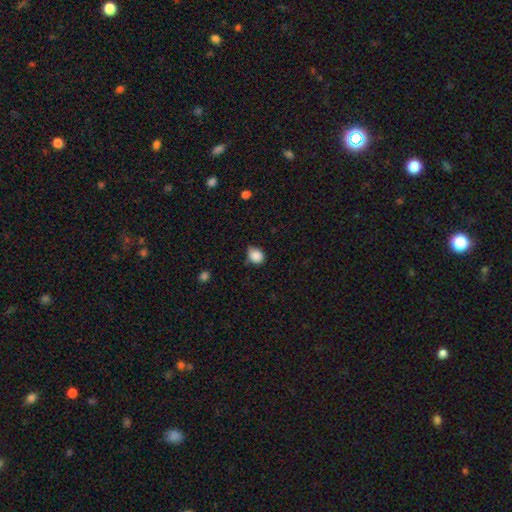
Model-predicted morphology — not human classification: This appears to be a smooth galaxy with no disk features (87%) that is round (54%). Merging: none (60%).